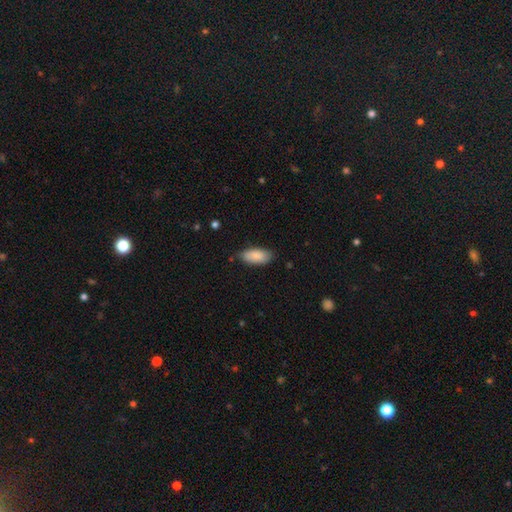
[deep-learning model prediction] Morphology: type=smooth (87%); roundness=in between (89%); merging=none (77%).